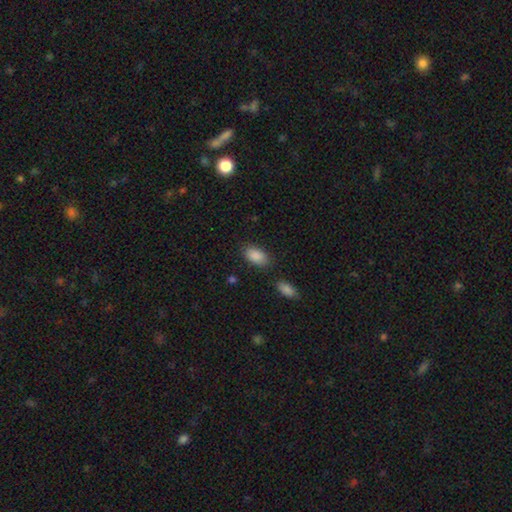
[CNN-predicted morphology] smooth-or-featured: smooth: 89% | star or artifact: 7% | featured or disk: 4%
  how-rounded: in between: 93% | round: 4% | cigar-shaped: 3%
  merging: none: 80% | minor disturbance: 12% | merger: 5% | major disturbance: 4%